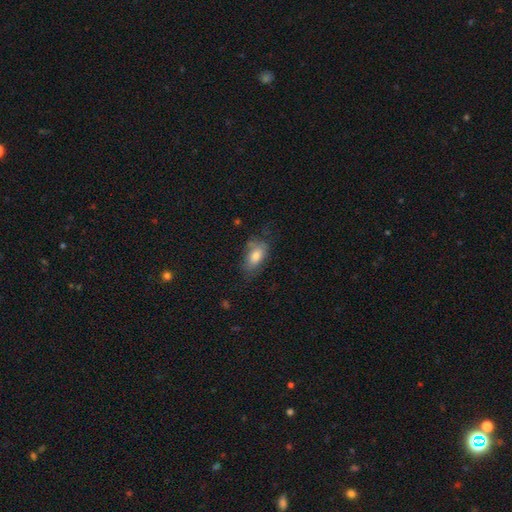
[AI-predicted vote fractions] Smooth or featured: smooth — 75% (featured or disk — 17%)
How rounded: in between — 89% (round — 5%)
Merging: none — 57% (minor disturbance — 28%)